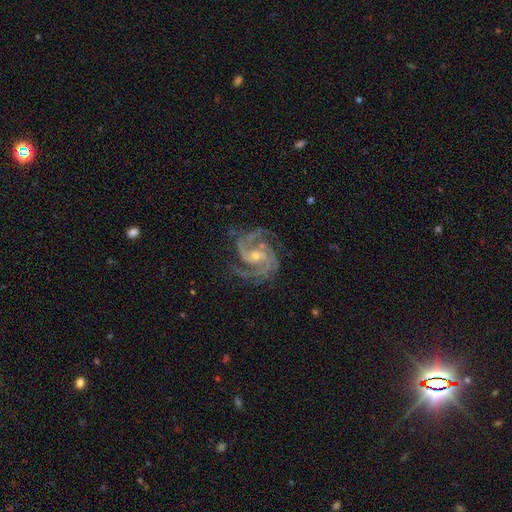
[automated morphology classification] Smooth or featured: featured or disk — 93% (star or artifact — 5%)
Edge-on disk: no — 98% (yes — 2%)
Bar: no — 52% (weak — 34%)
Spiral arms: yes — 99% (no — 1%)
Spiral winding: medium — 50% (tight — 43%)
Spiral arm count: 3 — 43% (2 — 28%)
Bulge size: small — 64% (moderate — 33%)
Merging: none — 73% (minor disturbance — 18%)